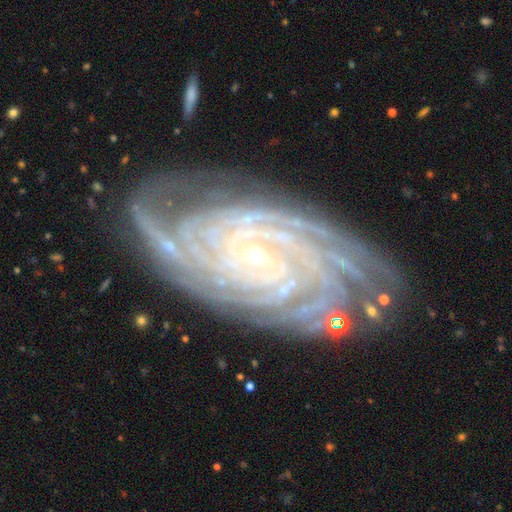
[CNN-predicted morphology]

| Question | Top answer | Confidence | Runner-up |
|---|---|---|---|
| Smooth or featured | featured or disk | 92% | star or artifact (5%) |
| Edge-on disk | no | 97% | yes (3%) |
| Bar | no | 65% | weak (23%) |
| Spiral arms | yes | 99% | no (1%) |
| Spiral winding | tight | 85% | medium (13%) |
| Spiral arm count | more than 4 | 32% | 4 (25%) |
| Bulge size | small | 85% | moderate (12%) |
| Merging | none | 78% | minor disturbance (16%) |